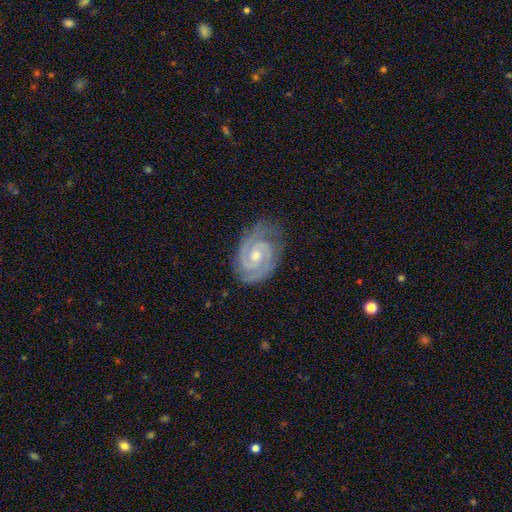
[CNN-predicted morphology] smooth_or_featured: featured or disk (p=0.92) [alt: star or artifact p=0.04]
disk_edge_on: no (p=0.98) [alt: yes p=0.02]
bar: no (p=0.55) [alt: weak p=0.36]
has_spiral_arms: yes (p=0.99) [alt: no p=0.01]
spiral_winding: tight (p=0.68) [alt: medium p=0.29]
spiral_arm_count: 2 (p=0.84) [alt: 3 p=0.08]
bulge_size: moderate (p=0.51) [alt: small p=0.46]
merging: none (p=0.79) [alt: minor disturbance p=0.16]